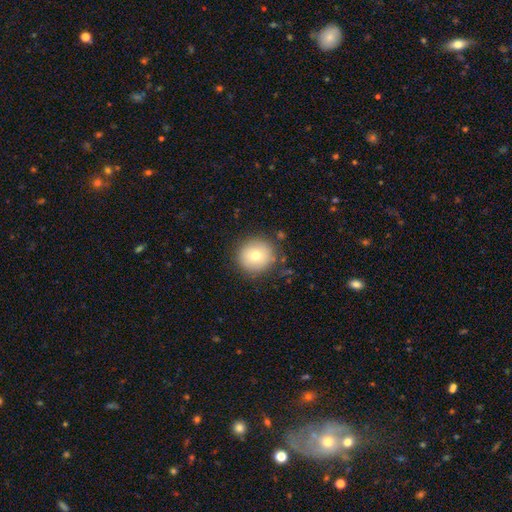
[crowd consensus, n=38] Overall: smooth (74%). How rounded: round (100%). Merging: none (97%).